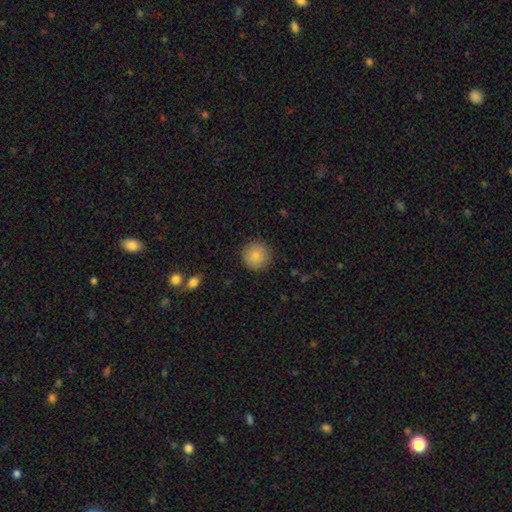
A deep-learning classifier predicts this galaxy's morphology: This appears to be a smooth galaxy with no disk features (85%) that is round (95%). Merging: none (90%).